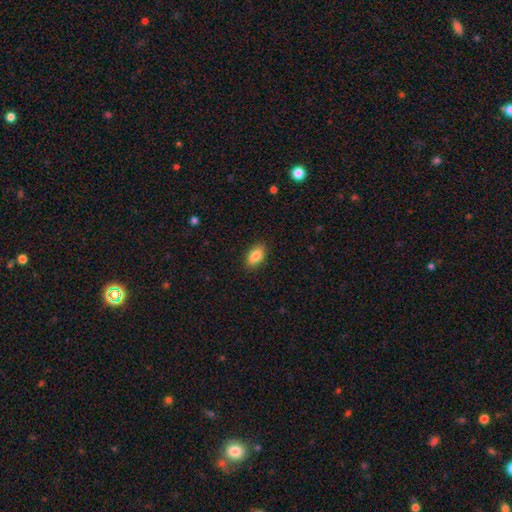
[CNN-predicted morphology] Smooth or featured? Predicted: smooth (p=0.86). How rounded? Predicted: in between (p=0.91). Merging? Predicted: none (p=0.87).